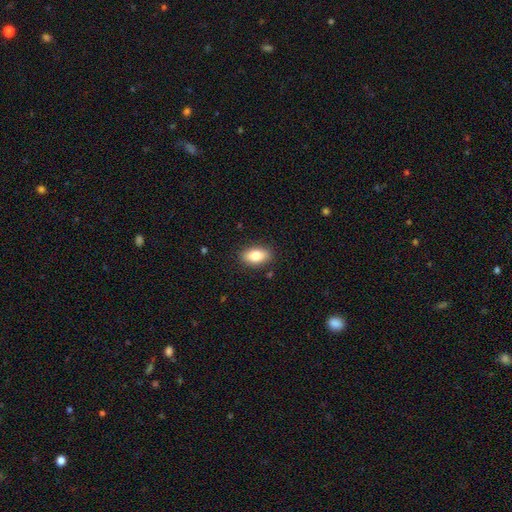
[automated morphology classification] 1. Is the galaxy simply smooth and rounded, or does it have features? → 82% smooth, 11% featured or disk, 7% star or artifact.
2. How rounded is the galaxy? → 89% in between, 7% round, 4% cigar-shaped.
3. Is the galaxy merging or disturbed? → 88% none, 9% minor disturbance, 2% major disturbance, 1% merger.